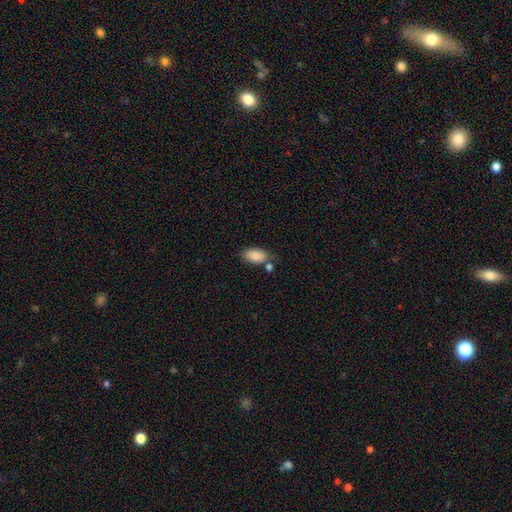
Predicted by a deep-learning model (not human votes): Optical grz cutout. It shows a smooth galaxy with no disk features (87%) that is in between round and cigar-shaped (93%). Merging: none (62%).